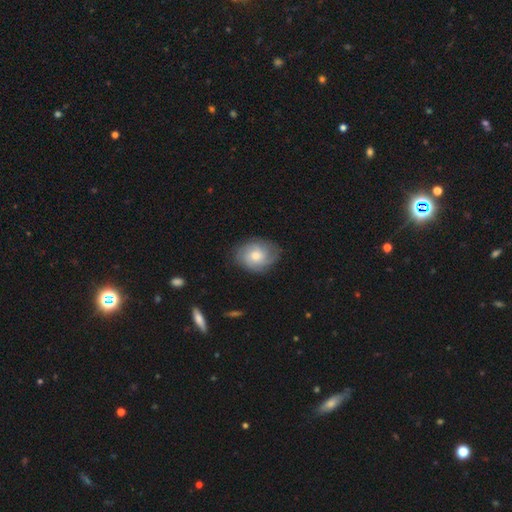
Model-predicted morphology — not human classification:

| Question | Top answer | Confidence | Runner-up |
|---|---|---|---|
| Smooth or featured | featured or disk | 63% | smooth (30%) |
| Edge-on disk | no | 97% | yes (3%) |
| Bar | no | 75% | weak (22%) |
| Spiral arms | yes | 92% | no (8%) |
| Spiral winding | tight | 55% | medium (34%) |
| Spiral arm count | can't tell | 32% | 3 (28%) |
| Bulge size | moderate | 62% | small (28%) |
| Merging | none | 77% | minor disturbance (17%) |